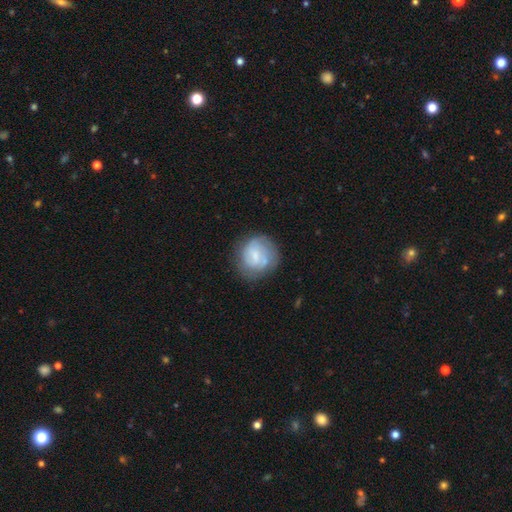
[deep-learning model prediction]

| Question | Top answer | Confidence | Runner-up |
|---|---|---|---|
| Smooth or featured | featured or disk | 47% | smooth (46%) |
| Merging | none | 62% | minor disturbance (22%) |